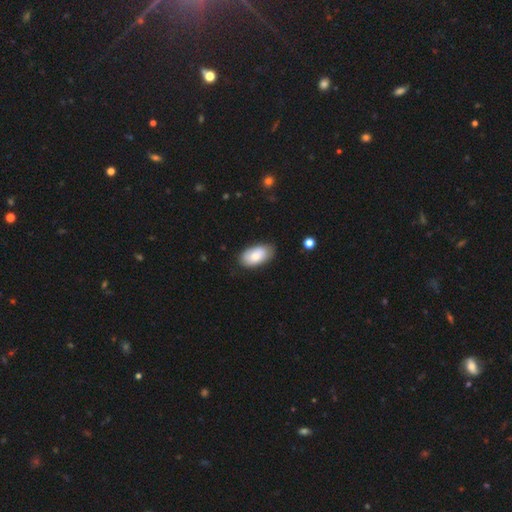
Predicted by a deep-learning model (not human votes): Morphology: type=smooth (79%); roundness=in between (95%); merging=none (78%).